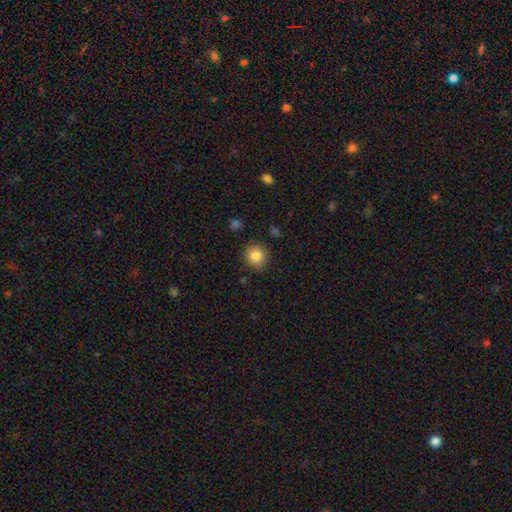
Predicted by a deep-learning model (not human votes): A smooth galaxy with no disk features (85%) that is round (89%). Merging: none (87%).